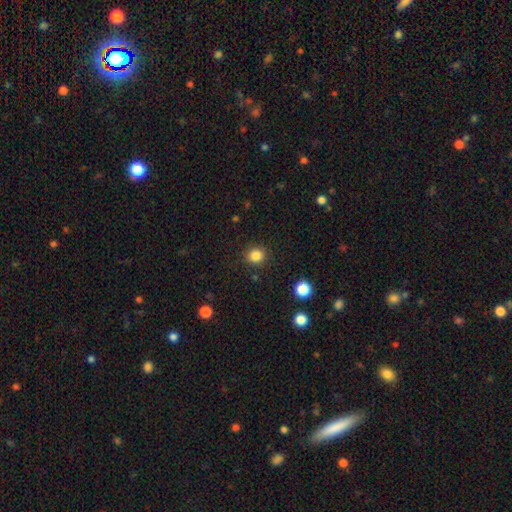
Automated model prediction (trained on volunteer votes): A smooth galaxy with no disk features (84%) that is round (87%). Merging: none (90%).